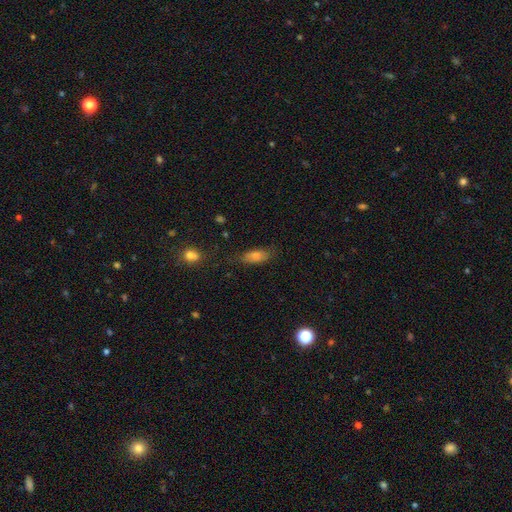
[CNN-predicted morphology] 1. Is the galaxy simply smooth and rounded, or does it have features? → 69% smooth, 18% featured or disk, 13% star or artifact.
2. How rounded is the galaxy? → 74% in between, 21% cigar-shaped, 5% round.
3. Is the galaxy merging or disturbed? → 73% none, 19% minor disturbance, 6% major disturbance, 2% merger.